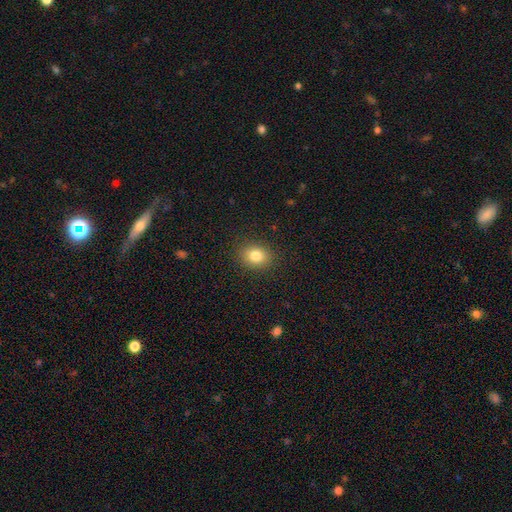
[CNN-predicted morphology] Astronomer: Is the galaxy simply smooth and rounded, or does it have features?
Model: smooth — 82%.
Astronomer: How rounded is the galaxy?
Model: round — 51% (runner-up: in between, 48%).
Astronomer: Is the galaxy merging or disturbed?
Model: none — 89%.